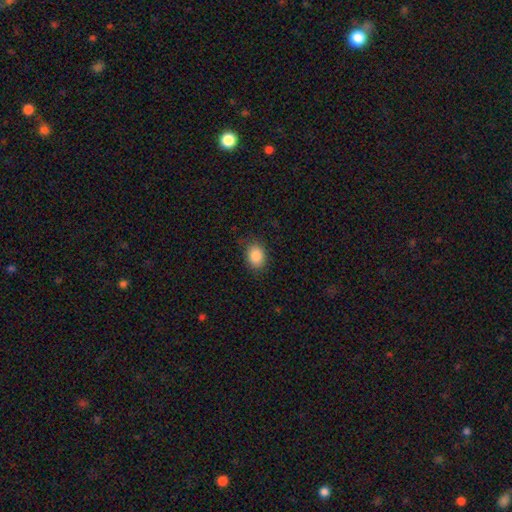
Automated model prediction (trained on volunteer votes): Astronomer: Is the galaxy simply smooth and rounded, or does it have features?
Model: smooth — 87%.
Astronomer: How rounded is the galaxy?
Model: in between — 62% (runner-up: round, 37%).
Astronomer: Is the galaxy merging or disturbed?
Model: none — 82%.